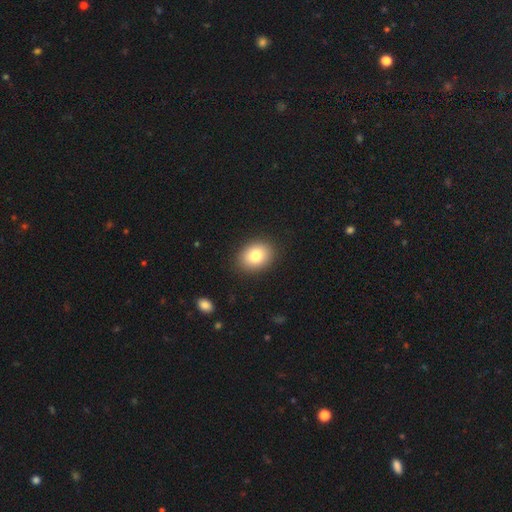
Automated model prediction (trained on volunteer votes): This is clearly a smooth galaxy (82%). How rounded: likely in between (62%). Merging: clearly none (89%).